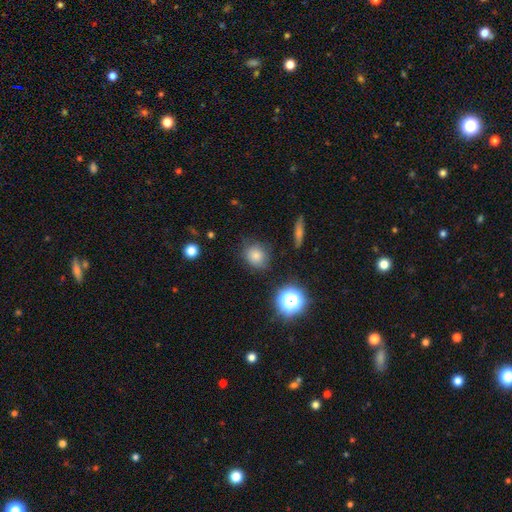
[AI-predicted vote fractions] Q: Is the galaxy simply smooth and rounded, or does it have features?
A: smooth — 78%.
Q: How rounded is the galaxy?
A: round — 73%.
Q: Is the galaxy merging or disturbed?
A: none — 77%.